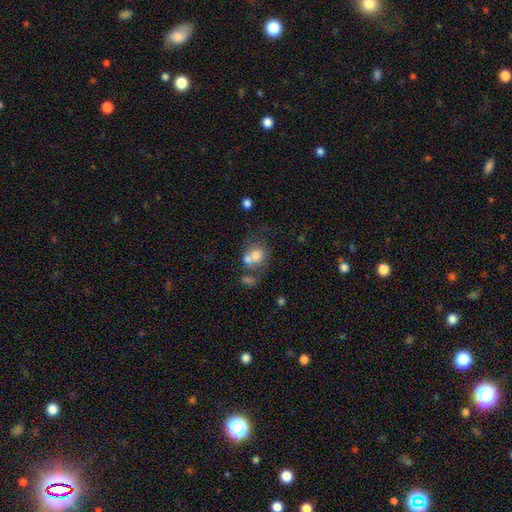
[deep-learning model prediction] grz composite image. It shows a smooth galaxy with no disk features (60%) that is round (53%). Merging: merger (43%).